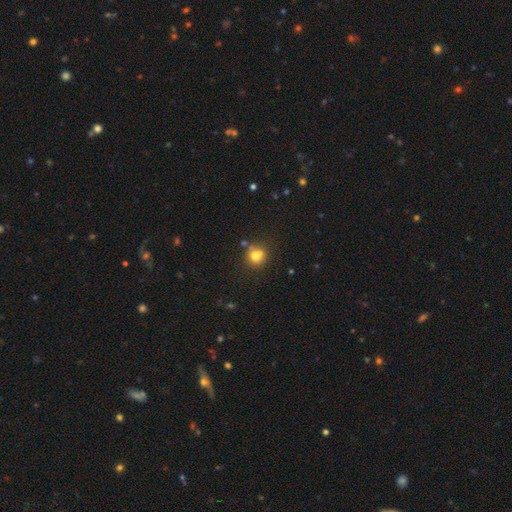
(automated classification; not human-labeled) smooth-or-featured: smooth: 74% | star or artifact: 14% | featured or disk: 12%
  how-rounded: round: 86% | in between: 13% | cigar-shaped: 1%
  merging: none: 62% | merger: 22% | minor disturbance: 12% | major disturbance: 4%